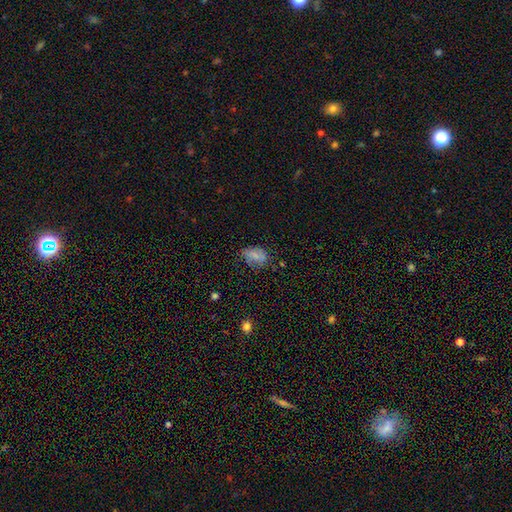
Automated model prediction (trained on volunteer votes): A smooth galaxy with no disk features (67%) that is in between round and cigar-shaped (78%). Merging: none (61%).